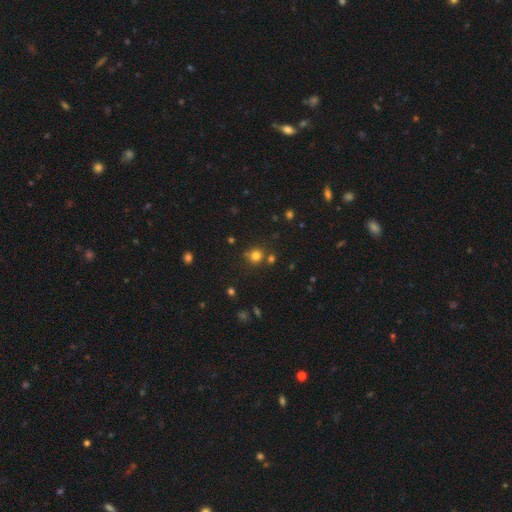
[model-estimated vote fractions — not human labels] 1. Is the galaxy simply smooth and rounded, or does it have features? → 76% smooth, 18% star or artifact, 6% featured or disk.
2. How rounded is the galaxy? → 89% round, 10% in between, 1% cigar-shaped.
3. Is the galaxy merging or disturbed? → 76% none, 11% merger, 10% minor disturbance, 3% major disturbance.